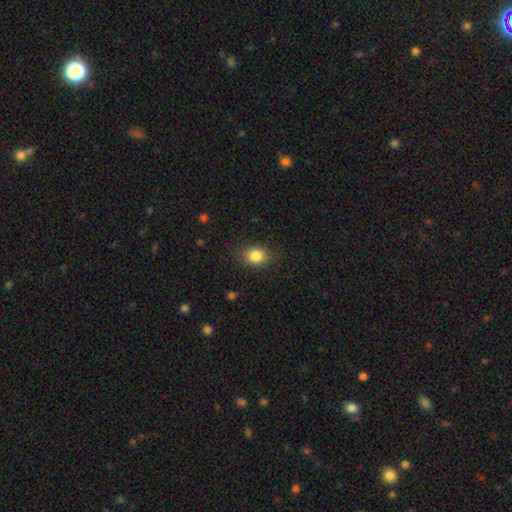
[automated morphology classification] This is clearly a smooth galaxy (83%). How rounded: possibly round (50%). Merging: clearly none (83%).